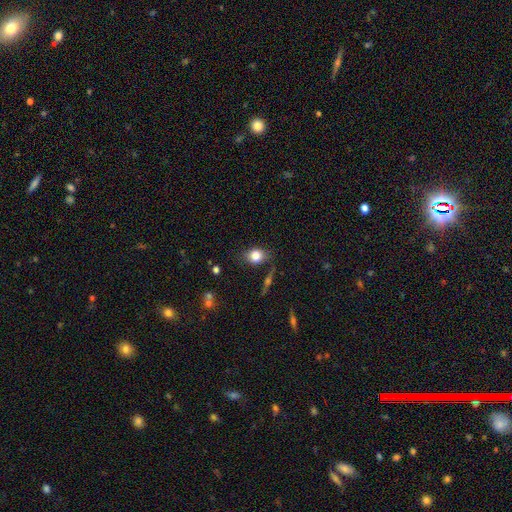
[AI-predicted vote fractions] Morphology: type=smooth (79%); roundness=round (52%); merging=none (70%).